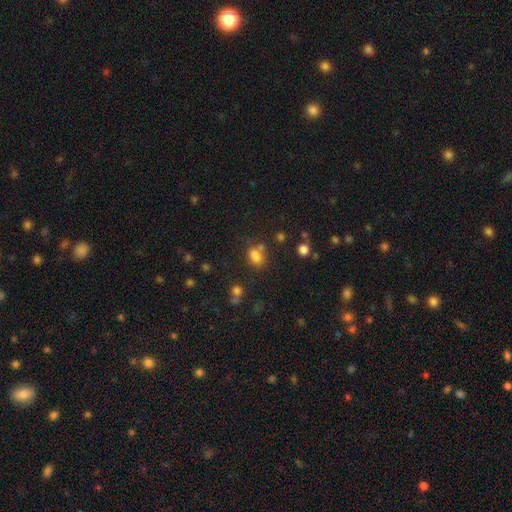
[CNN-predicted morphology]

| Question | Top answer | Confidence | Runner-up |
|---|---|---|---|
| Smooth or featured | smooth | 78% | star or artifact (15%) |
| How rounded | in between | 71% | round (27%) |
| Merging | none | 55% | merger (23%) |